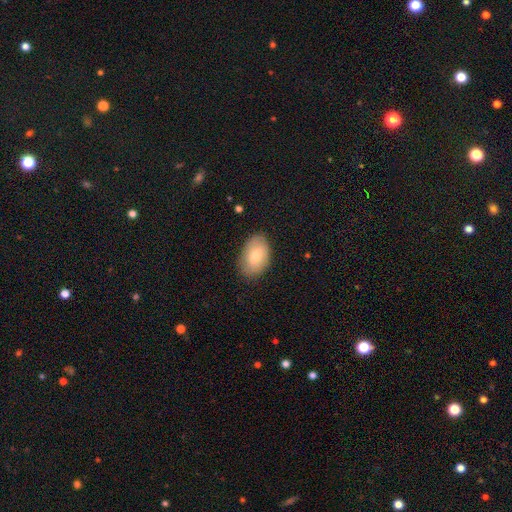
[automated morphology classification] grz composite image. It shows a smooth galaxy with no disk features (73%) that is in between round and cigar-shaped (90%). Merging: none (83%).